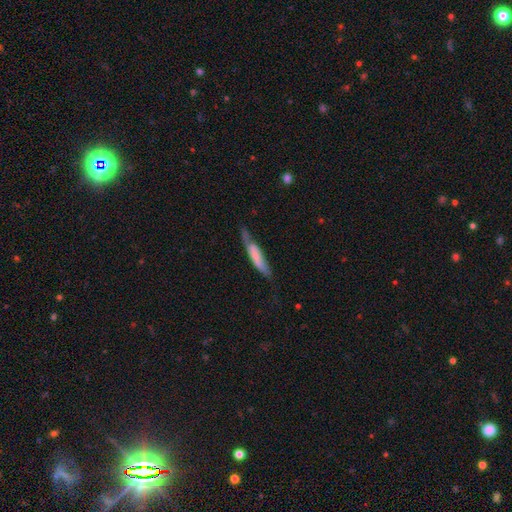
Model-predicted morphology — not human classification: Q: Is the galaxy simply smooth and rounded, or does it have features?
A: smooth — 54%.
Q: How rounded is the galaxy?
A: cigar-shaped — 83%.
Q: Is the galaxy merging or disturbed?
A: none — 48%.